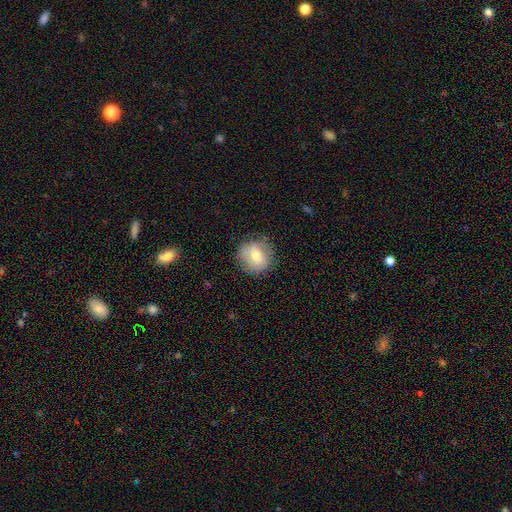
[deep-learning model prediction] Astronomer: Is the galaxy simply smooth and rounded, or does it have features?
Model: smooth — 67%.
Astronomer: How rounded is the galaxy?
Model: round — 88%.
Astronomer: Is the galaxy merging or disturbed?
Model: none — 81%.